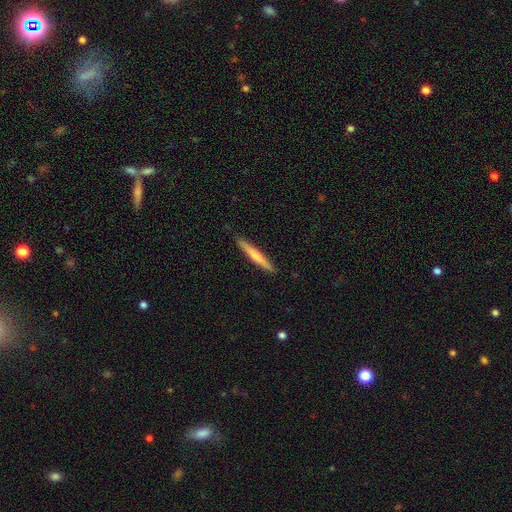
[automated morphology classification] type=smooth (60%); roundness=cigar-shaped (96%); merging=none (89%).